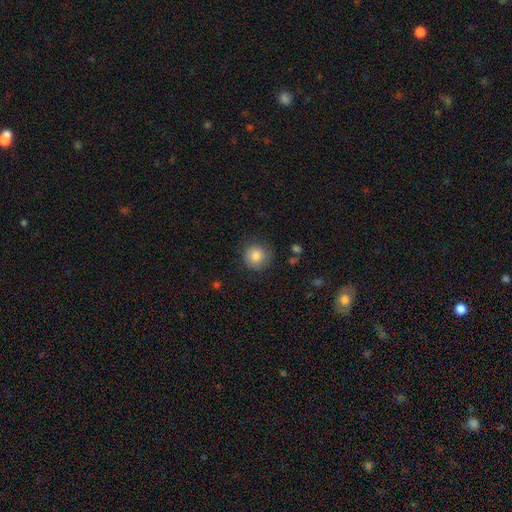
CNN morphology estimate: A smooth galaxy with no disk features (83%) that is round (93%).

Vote fractions:
- Smooth or featured? smooth: 83% / star or artifact: 9% / featured or disk: 8%
- How rounded? round: 93% / in between: 6% / cigar-shaped: 1%
- Merging? none: 84% / minor disturbance: 11% / major disturbance: 3% / merger: 1%